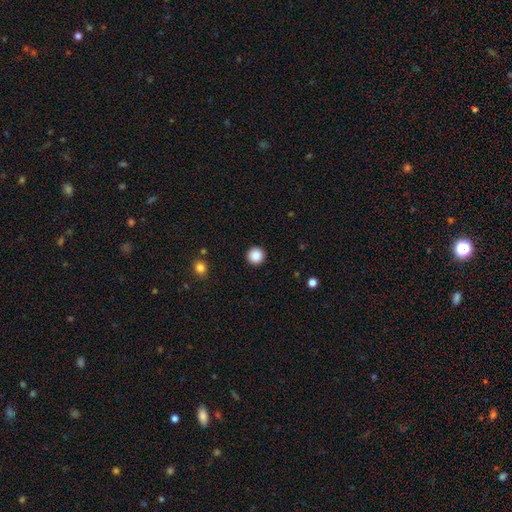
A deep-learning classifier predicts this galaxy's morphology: Q: Smooth or featured?
A: smooth (88%); runner-up: star or artifact (9%)
Q: How rounded?
A: round (96%); runner-up: in between (3%)
Q: Merging?
A: none (93%); runner-up: minor disturbance (4%)